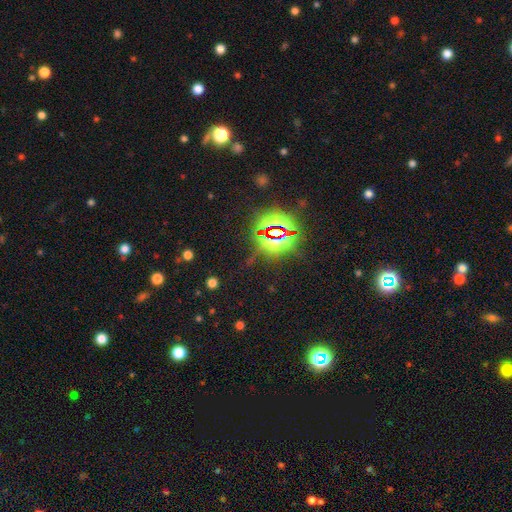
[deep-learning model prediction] This is clearly a star or artifact rather than a galaxy (81%).